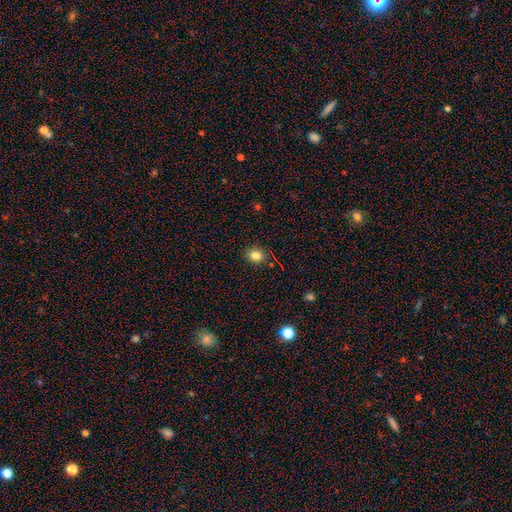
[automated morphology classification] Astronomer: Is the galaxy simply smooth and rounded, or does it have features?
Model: smooth — 81%.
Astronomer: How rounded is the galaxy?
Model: round — 62%.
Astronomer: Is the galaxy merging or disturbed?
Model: none — 87%.